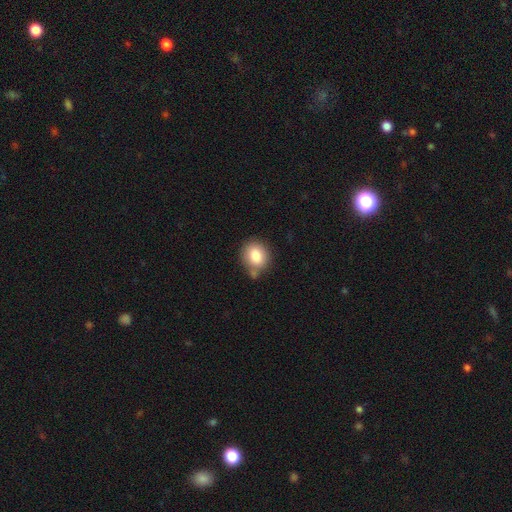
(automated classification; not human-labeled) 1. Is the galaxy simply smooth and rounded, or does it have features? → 84% smooth, 8% star or artifact, 8% featured or disk.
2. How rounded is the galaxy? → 57% round, 42% in between, 1% cigar-shaped.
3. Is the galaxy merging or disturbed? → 65% none, 17% minor disturbance, 13% merger, 5% major disturbance.